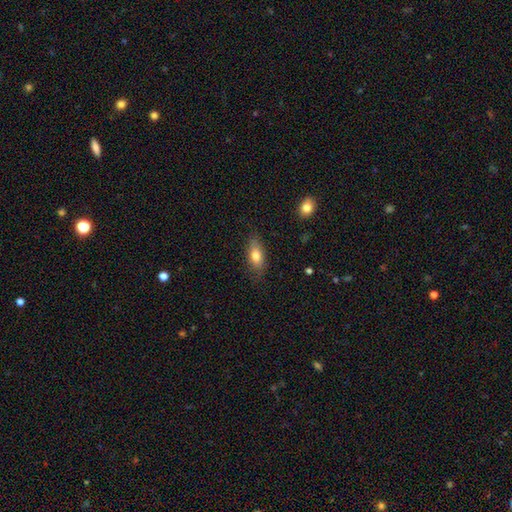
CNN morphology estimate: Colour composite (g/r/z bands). It shows a smooth galaxy with no disk features (76%) that is in between round and cigar-shaped (80%). Merging: none (78%).